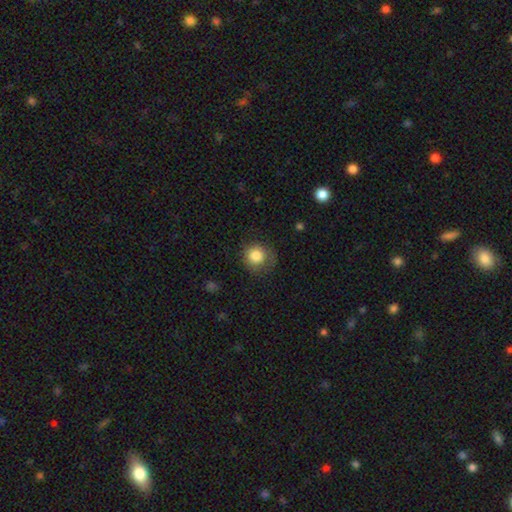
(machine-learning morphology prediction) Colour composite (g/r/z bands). It shows a smooth galaxy with no disk features (83%) that is round (88%). Merging: none (68%).